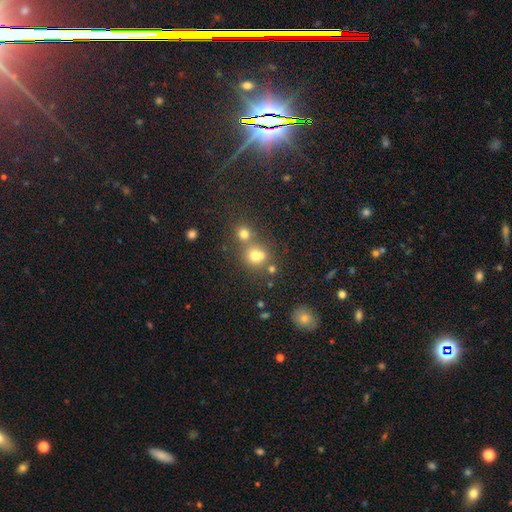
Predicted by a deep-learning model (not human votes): smooth_or_featured: smooth (p=0.71) [alt: star or artifact p=0.18]
how_rounded: round (p=0.82) [alt: in between p=0.17]
merging: none (p=0.48) [alt: merger p=0.40]